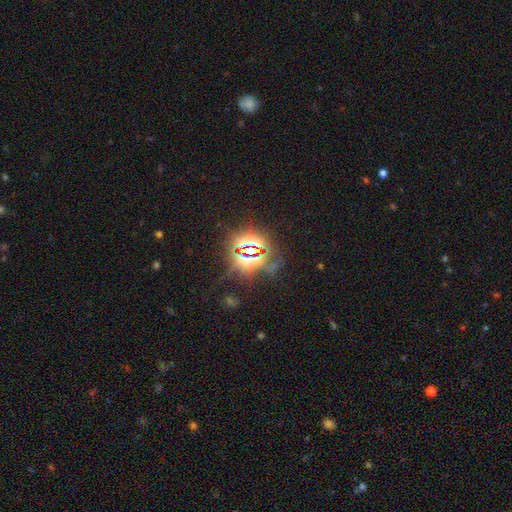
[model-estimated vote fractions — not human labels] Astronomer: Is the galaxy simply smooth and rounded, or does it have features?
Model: star or artifact — 81%.